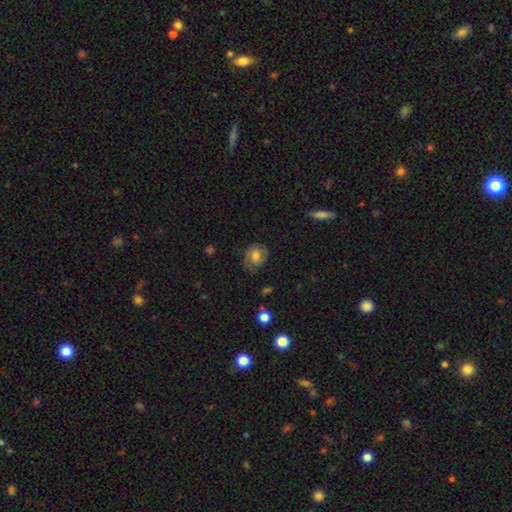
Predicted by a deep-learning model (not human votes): smooth_or_featured: smooth (p=0.51) [alt: featured or disk p=0.40]
how_rounded: round (p=0.57) [alt: in between p=0.42]
merging: none (p=0.68) [alt: minor disturbance p=0.22]